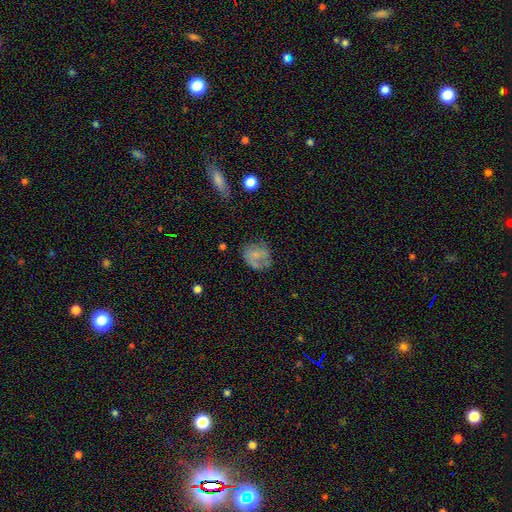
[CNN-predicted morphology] Smooth or featured?
  - smooth: 58% *
  - featured or disk: 32%
  - star or artifact: 11%
How rounded?
  - round: 66% *
  - in between: 33%
  - cigar-shaped: 1%
Merging?
  - none: 57% *
  - minor disturbance: 24%
  - major disturbance: 15%
  - merger: 3%